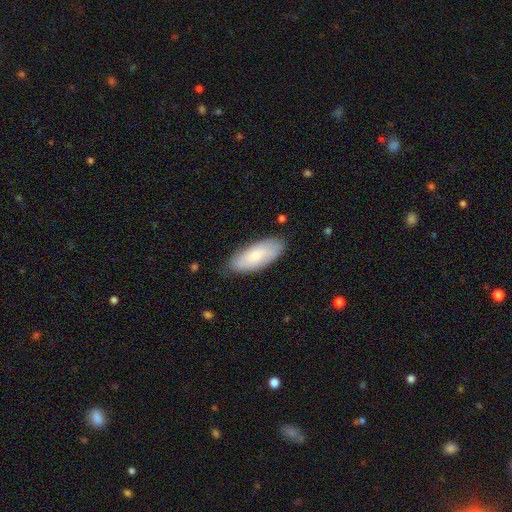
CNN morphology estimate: smooth-or-featured: smooth: 72% | featured or disk: 23% | star or artifact: 6%
  how-rounded: in between: 82% | cigar-shaped: 16% | round: 2%
  merging: none: 80% | minor disturbance: 16% | major disturbance: 3% | merger: 1%